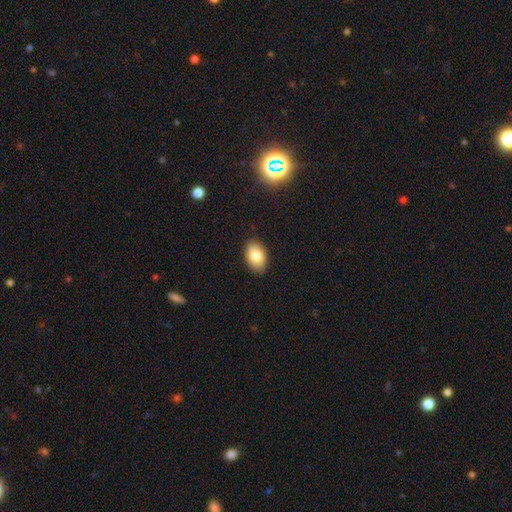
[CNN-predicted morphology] Q: Smooth or featured?
A: smooth (83%); runner-up: featured or disk (10%)
Q: How rounded?
A: in between (88%); runner-up: round (10%)
Q: Merging?
A: none (87%); runner-up: minor disturbance (10%)